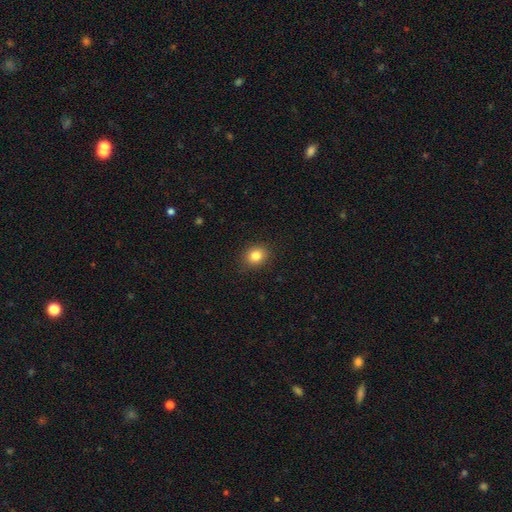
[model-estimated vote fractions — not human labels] Morphology: type=smooth (83%); roundness=round (73%); merging=none (89%).